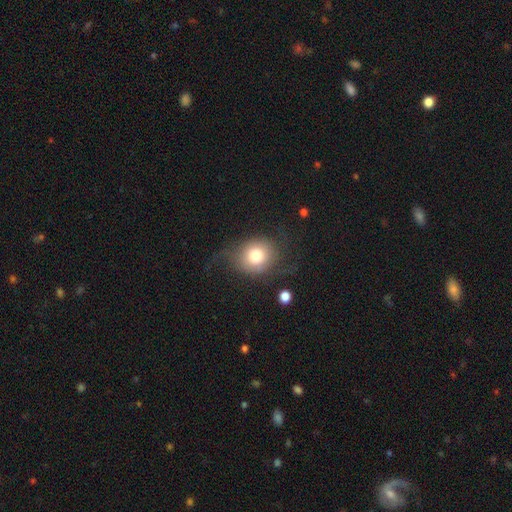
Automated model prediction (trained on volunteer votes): smooth_or_featured: smooth (p=0.67) [alt: featured or disk p=0.24]
how_rounded: round (p=0.67) [alt: in between p=0.32]
merging: none (p=0.54) [alt: minor disturbance p=0.22]